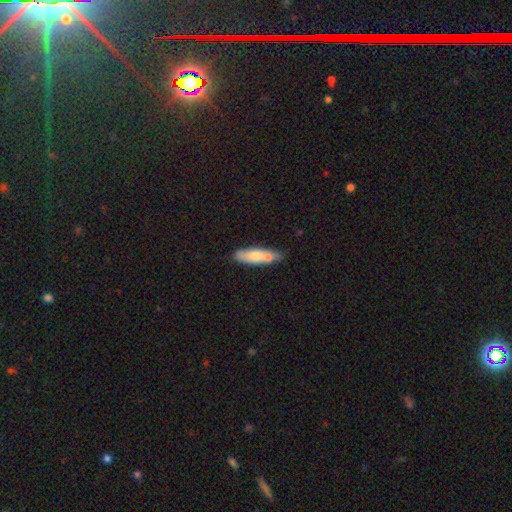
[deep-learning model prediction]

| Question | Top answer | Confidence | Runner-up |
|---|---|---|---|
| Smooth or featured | smooth | 65% | featured or disk (28%) |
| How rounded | cigar-shaped | 59% | in between (39%) |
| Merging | none | 61% | merger (19%) |